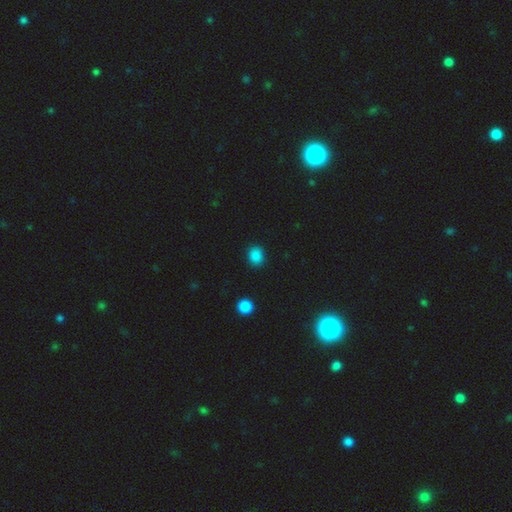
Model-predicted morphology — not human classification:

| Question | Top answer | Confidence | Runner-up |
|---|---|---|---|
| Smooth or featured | smooth | 85% | star or artifact (11%) |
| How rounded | round | 66% | in between (33%) |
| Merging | none | 90% | minor disturbance (7%) |